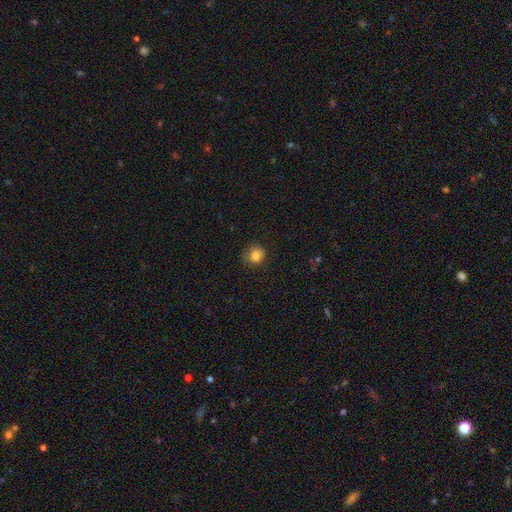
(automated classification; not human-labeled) The model was most divided on "merging": none: 77%, minor disturbance: 17%, major disturbance: 5%, merger: 1%. More confident: smooth or featured — smooth (83%); how rounded — round (82%).